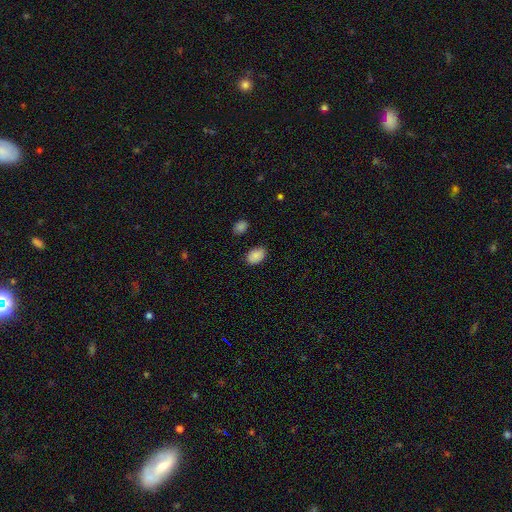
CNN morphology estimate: Q: Smooth or featured?
A: smooth (88%); runner-up: star or artifact (8%)
Q: How rounded?
A: in between (88%); runner-up: round (11%)
Q: Merging?
A: none (83%); runner-up: minor disturbance (12%)